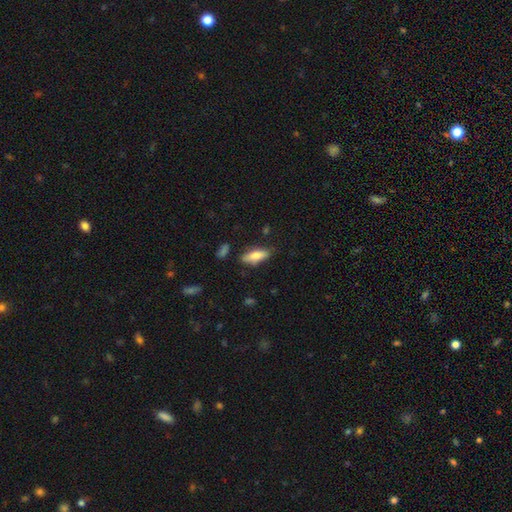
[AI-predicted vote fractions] Smooth or featured? Predicted: smooth (p=0.72). How rounded? Predicted: in between (p=0.66). Merging? Predicted: none (p=0.76).